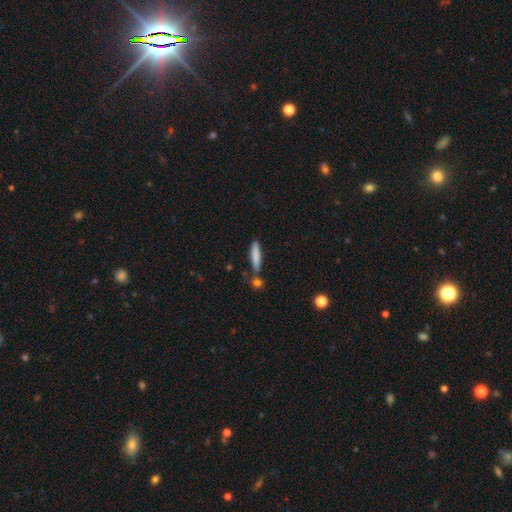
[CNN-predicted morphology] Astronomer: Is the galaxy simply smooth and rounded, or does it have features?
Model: smooth — 79%.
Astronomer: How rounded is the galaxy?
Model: cigar-shaped — 87%.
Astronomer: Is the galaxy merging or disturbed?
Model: none — 73%.